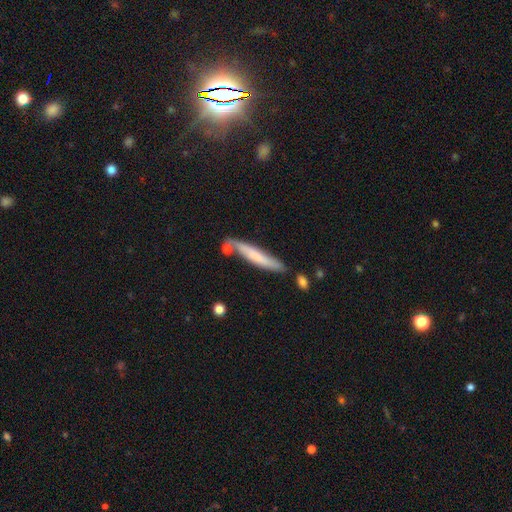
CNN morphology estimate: Smooth or featured? smooth (63%)
How rounded? cigar-shaped (91%)
Merging? none (69%)